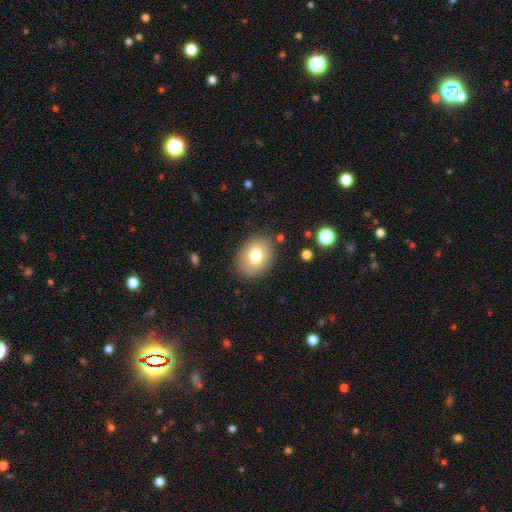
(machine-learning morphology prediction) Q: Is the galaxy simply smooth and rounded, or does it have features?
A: smooth — 76%.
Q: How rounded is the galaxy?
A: in between — 66%.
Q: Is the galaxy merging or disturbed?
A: none — 84%.